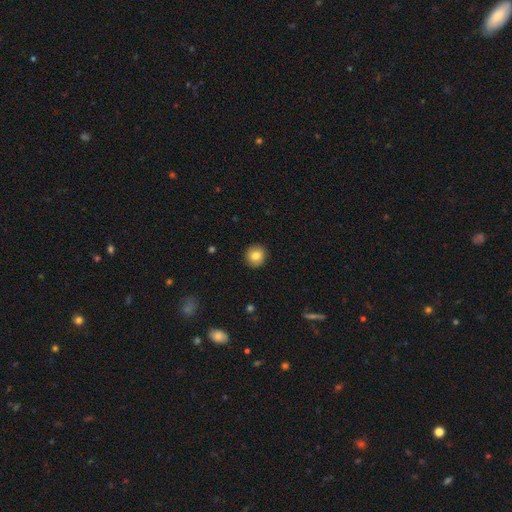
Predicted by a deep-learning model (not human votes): This appears to be a smooth galaxy with no disk features (80%) that is round (90%). Merging: none (90%).